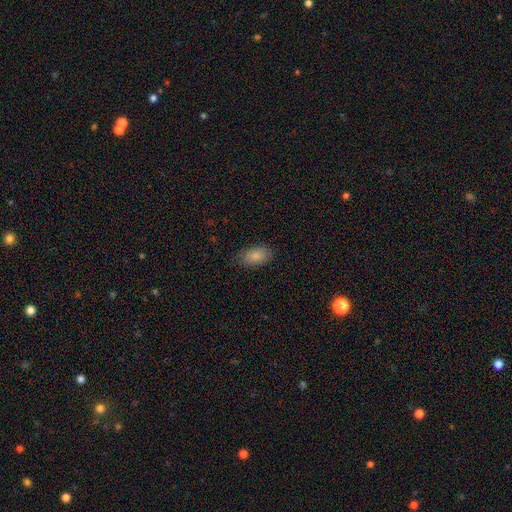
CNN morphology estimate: A smooth galaxy with no disk features (86%) that is in between round and cigar-shaped (92%). Merging: none (79%).